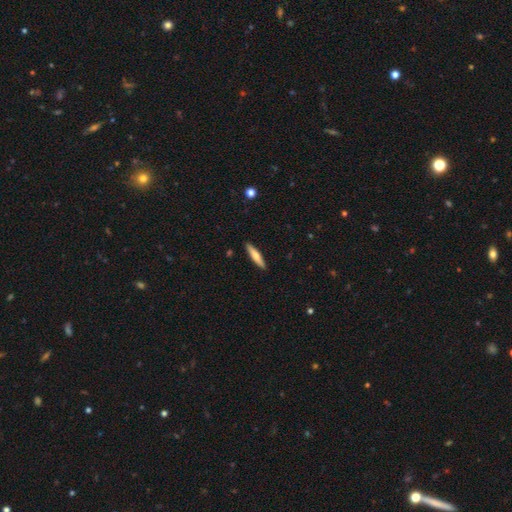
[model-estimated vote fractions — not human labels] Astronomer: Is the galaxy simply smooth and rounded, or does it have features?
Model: smooth — 65%.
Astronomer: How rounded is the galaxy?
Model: cigar-shaped — 84%.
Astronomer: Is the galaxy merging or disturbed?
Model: none — 90%.